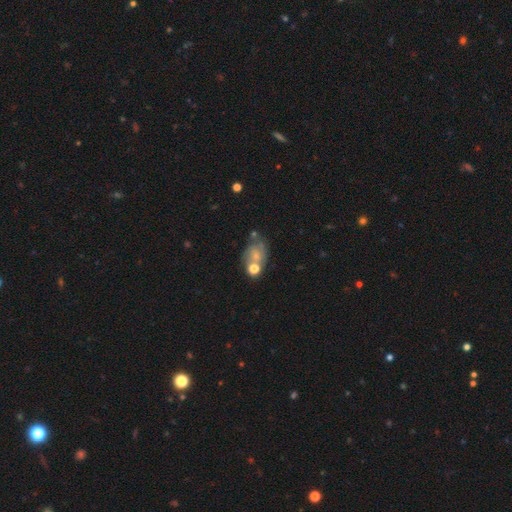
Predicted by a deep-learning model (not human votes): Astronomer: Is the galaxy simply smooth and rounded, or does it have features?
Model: smooth — 53% (runner-up: featured or disk, 34%).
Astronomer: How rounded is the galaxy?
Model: in between — 69%.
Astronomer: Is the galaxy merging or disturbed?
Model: none — 41% (runner-up: merger, 25%).